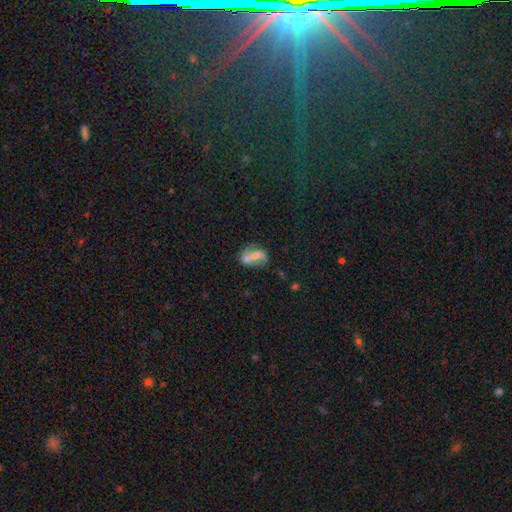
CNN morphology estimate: Q: Smooth or featured?
A: featured or disk (45%); runner-up: smooth (44%)
Q: Merging?
A: merger (47%); runner-up: none (27%)